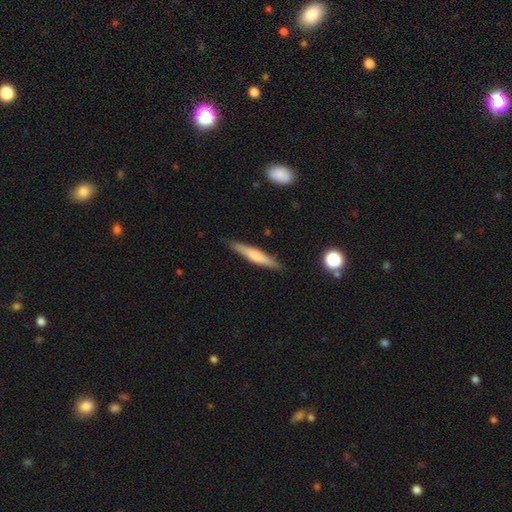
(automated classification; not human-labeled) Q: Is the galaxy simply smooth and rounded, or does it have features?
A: smooth — 55%.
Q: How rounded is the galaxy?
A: cigar-shaped — 92%.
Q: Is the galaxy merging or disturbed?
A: none — 89%.